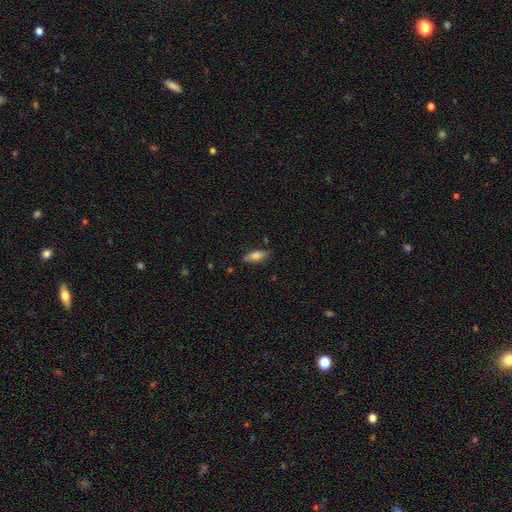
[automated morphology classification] Smooth or featured?
  - smooth: 77% *
  - featured or disk: 16%
  - star or artifact: 7%
How rounded?
  - in between: 74% *
  - cigar-shaped: 24%
  - round: 2%
Merging?
  - none: 78% *
  - minor disturbance: 17%
  - major disturbance: 3%
  - merger: 2%